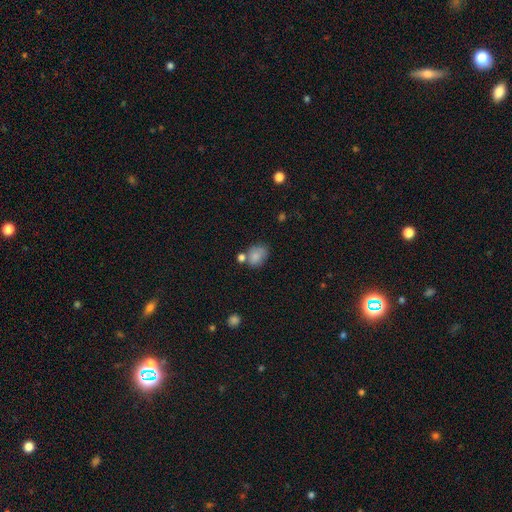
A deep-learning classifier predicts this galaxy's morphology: type=smooth (82%); roundness=in between (68%); merging=none (56%).